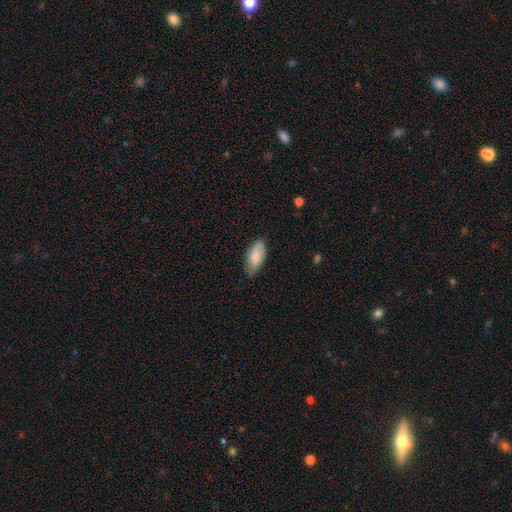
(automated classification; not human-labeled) Smooth or featured? Predicted: smooth (p=0.77). How rounded? Predicted: in between (p=0.90). Merging? Predicted: none (p=0.75).